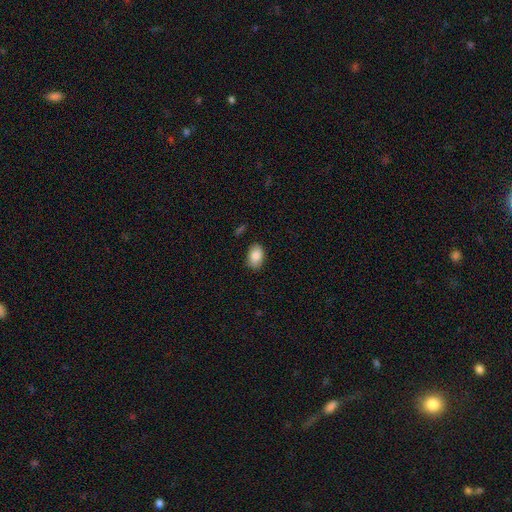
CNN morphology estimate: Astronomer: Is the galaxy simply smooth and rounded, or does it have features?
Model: smooth — 87%.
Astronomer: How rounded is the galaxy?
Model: in between — 87%.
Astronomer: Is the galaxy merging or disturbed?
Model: none — 84%.